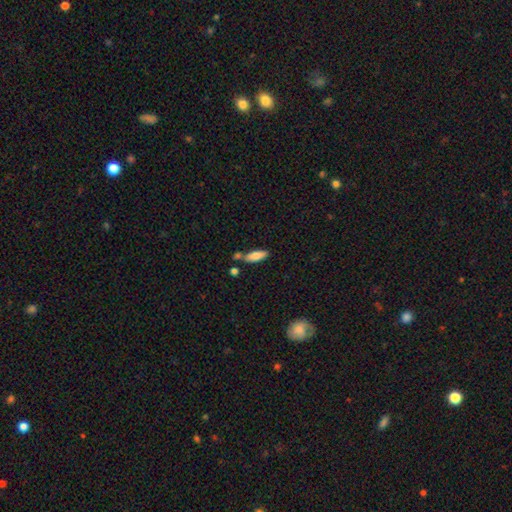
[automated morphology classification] The model was most divided on "how rounded": in between: 65%, cigar-shaped: 33%, round: 2%. More confident: smooth or featured — smooth (80%); merging — none (64%).